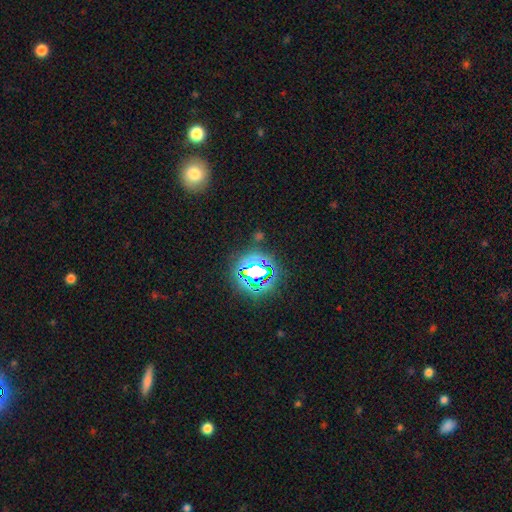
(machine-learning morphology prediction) Smooth or featured? Predicted: star or artifact (p=0.76).